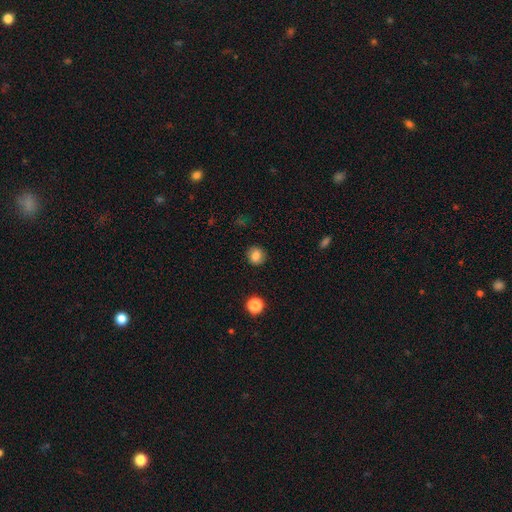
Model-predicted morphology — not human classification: Q: Smooth or featured?
A: smooth (82%); runner-up: star or artifact (11%)
Q: How rounded?
A: round (88%); runner-up: in between (11%)
Q: Merging?
A: none (90%); runner-up: minor disturbance (7%)